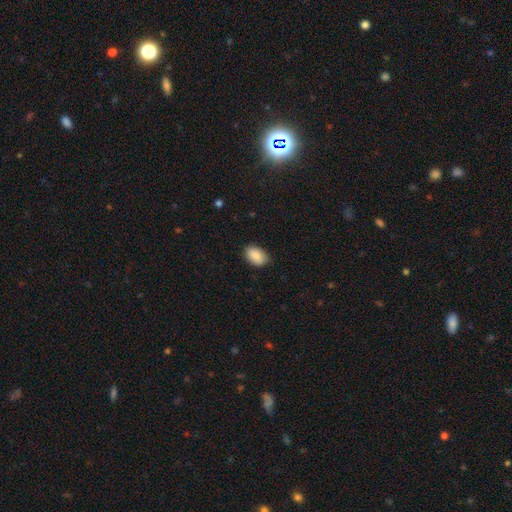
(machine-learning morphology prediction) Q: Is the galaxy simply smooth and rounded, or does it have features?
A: smooth — 87%.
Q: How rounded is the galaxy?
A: in between — 90%.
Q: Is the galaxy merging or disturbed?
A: none — 83%.